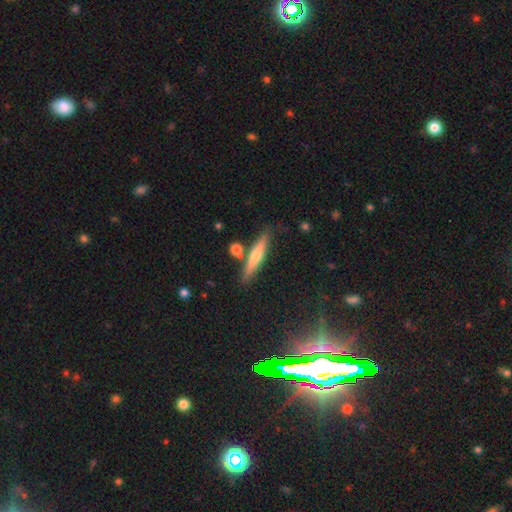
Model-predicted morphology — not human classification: Smooth or featured: smooth — 48% (featured or disk — 45%)
Merging: none — 79% (minor disturbance — 11%)